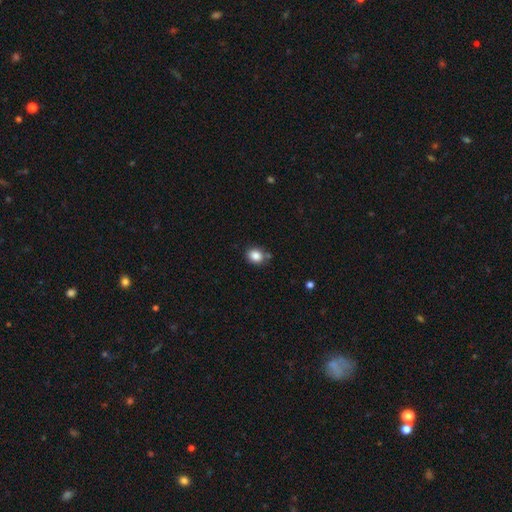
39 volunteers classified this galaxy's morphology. Overall: smooth (95%). How rounded: round (84%). Merging: none (78%).